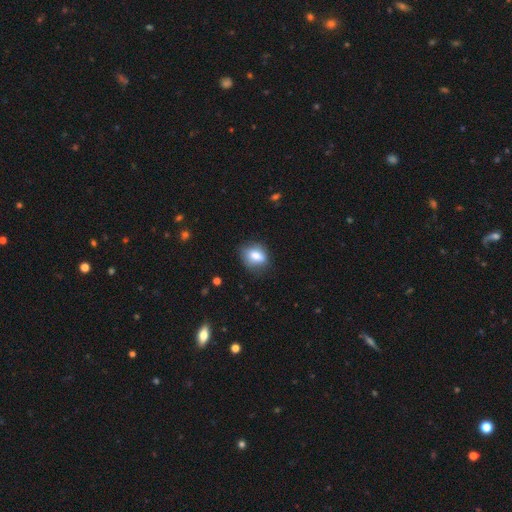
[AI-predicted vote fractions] Smooth or featured? smooth (80%)
How rounded? in between (64%)
Merging? none (72%)